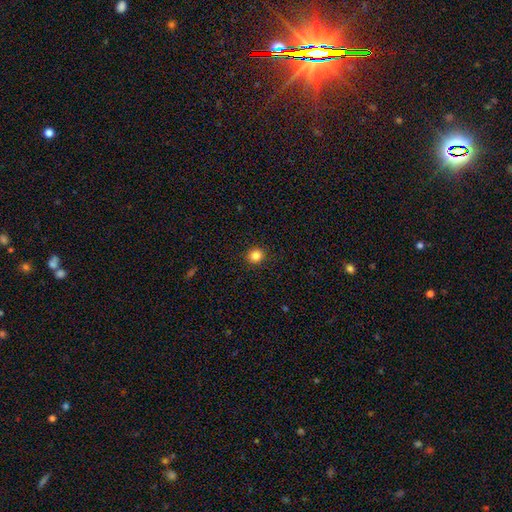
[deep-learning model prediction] Morphology: type=smooth (84%); roundness=round (87%); merging=none (92%).